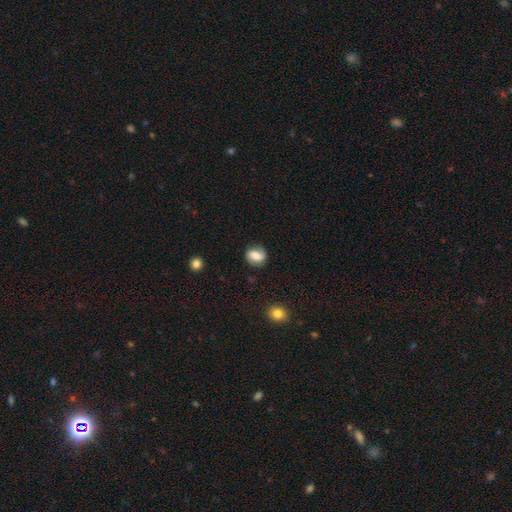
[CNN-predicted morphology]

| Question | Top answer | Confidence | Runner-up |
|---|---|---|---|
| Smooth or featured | smooth | 61% | featured or disk (31%) |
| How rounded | round | 56% | in between (42%) |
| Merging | none | 77% | minor disturbance (16%) |